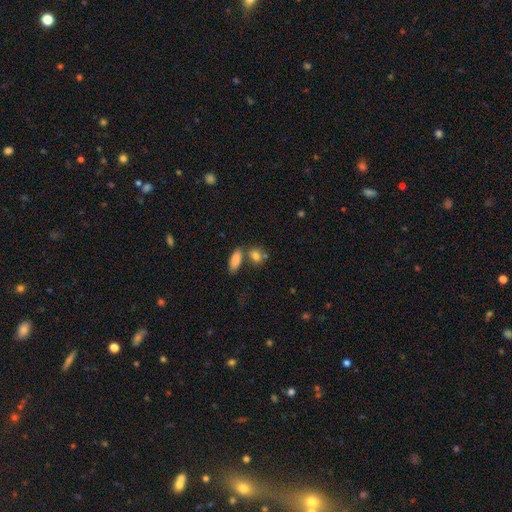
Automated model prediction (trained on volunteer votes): smooth-or-featured: smooth: 82% | featured or disk: 9% | star or artifact: 9%
  how-rounded: in between: 68% | round: 25% | cigar-shaped: 7%
  merging: none: 52% | merger: 32% | minor disturbance: 12% | major disturbance: 4%